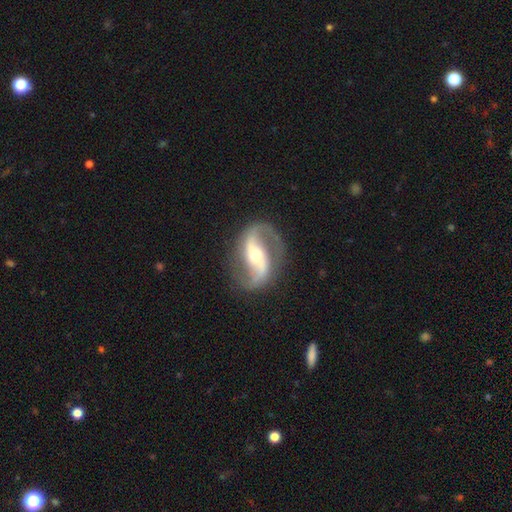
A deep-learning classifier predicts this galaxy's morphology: featured or disk 91%, smooth 4%, star or artifact 4%. Down the decision tree: edge-on disk — no (97%); bar — strong (42%); spiral arms — yes (97%); spiral arm count — 2 (94%); spiral winding — loose (53%); bulge size — moderate (62%); merging — none (84%).